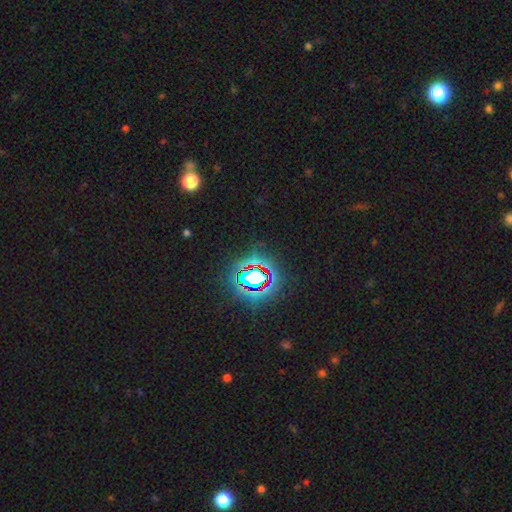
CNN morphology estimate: smooth-or-featured: star or artifact: 80% | smooth: 12% | featured or disk: 8%